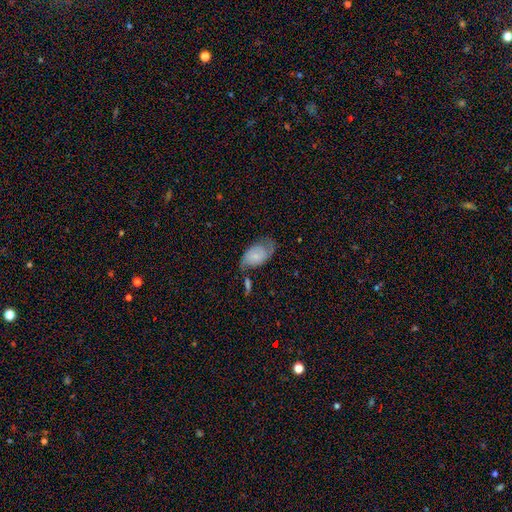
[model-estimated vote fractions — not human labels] Overall: featured or disk (51%; smooth 40%). Edge-on disk: no (95%). Merging: none (45%; minor disturbance 28%).